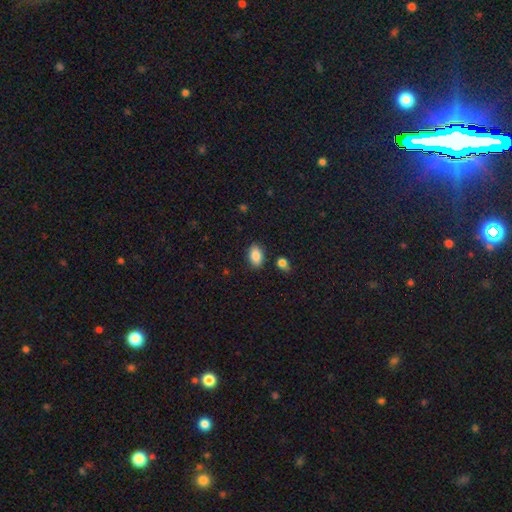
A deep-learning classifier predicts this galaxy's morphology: Overall: smooth (87%). How rounded: in between (88%). Merging: none (84%).